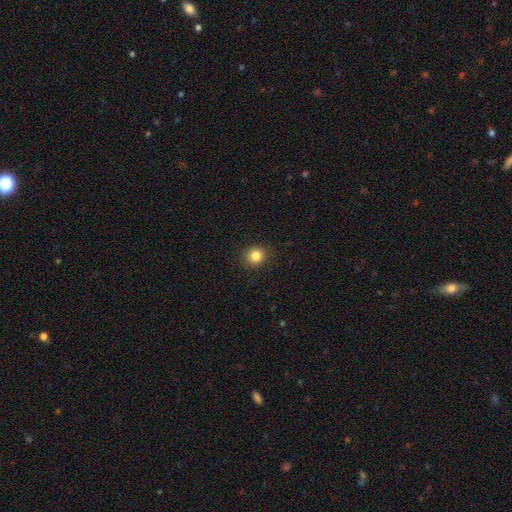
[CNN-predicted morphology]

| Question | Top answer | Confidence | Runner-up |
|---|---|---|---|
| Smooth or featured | smooth | 84% | star or artifact (11%) |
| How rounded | round | 87% | in between (12%) |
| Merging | none | 90% | minor disturbance (7%) |